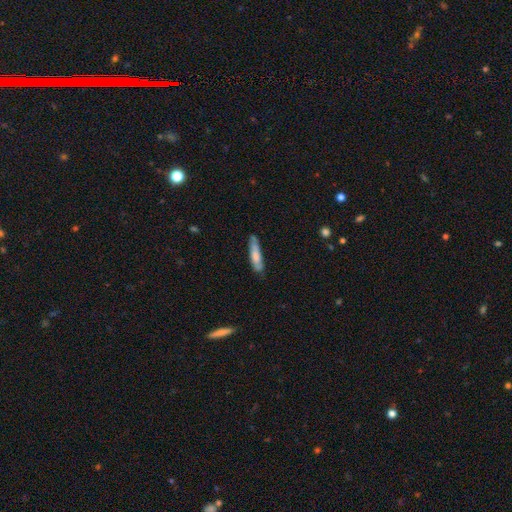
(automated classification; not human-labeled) Smooth or featured? Predicted: smooth (p=0.70). How rounded? Predicted: cigar-shaped (p=0.82). Merging? Predicted: none (p=0.71).